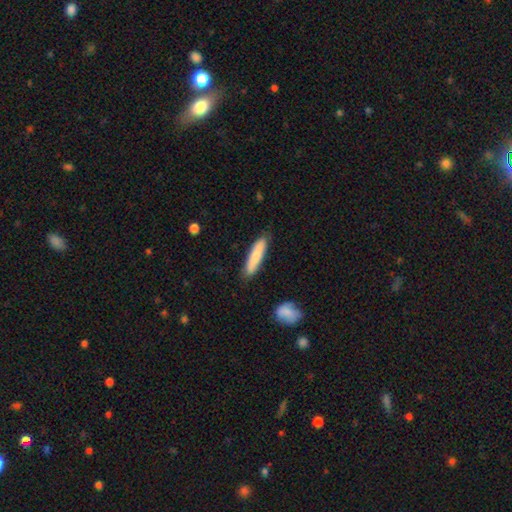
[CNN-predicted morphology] Smooth or featured?
  - smooth: 74% *
  - featured or disk: 20%
  - star or artifact: 5%
How rounded?
  - cigar-shaped: 81% *
  - in between: 18%
  - round: 2%
Merging?
  - none: 83% *
  - minor disturbance: 13%
  - major disturbance: 2%
  - merger: 2%